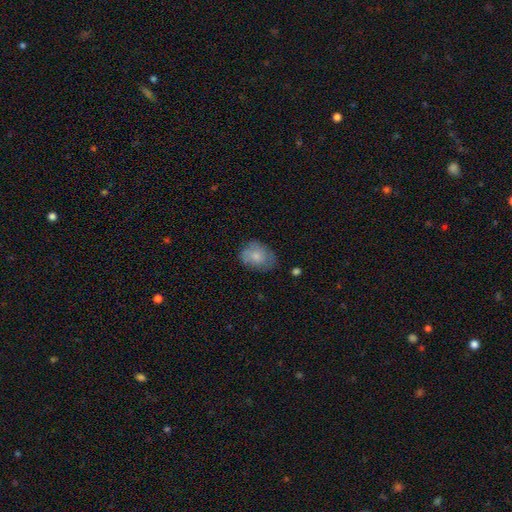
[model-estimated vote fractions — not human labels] Smooth or featured: smooth — 77% (featured or disk — 15%)
How rounded: in between — 70% (round — 29%)
Merging: none — 58% (minor disturbance — 31%)